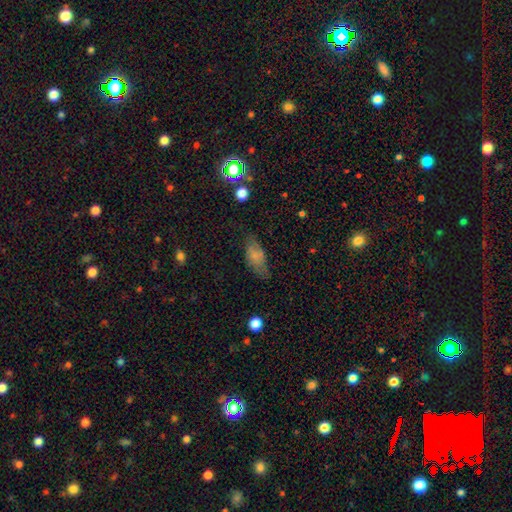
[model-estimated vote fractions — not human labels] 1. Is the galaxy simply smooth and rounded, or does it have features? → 67% smooth, 22% featured or disk, 11% star or artifact.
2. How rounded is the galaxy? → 86% in between, 10% cigar-shaped, 4% round.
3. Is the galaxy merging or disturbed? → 62% none, 25% minor disturbance, 11% major disturbance, 2% merger.